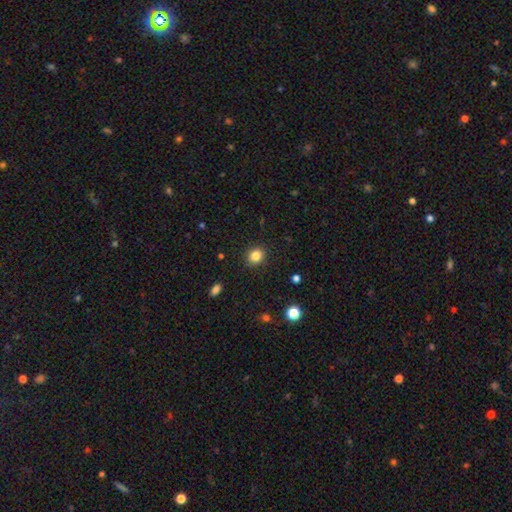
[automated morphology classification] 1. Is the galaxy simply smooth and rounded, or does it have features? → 84% smooth, 11% star or artifact, 5% featured or disk.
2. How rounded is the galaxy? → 72% round, 27% in between, 1% cigar-shaped.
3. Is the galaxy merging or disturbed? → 90% none, 7% minor disturbance, 2% major disturbance, 1% merger.